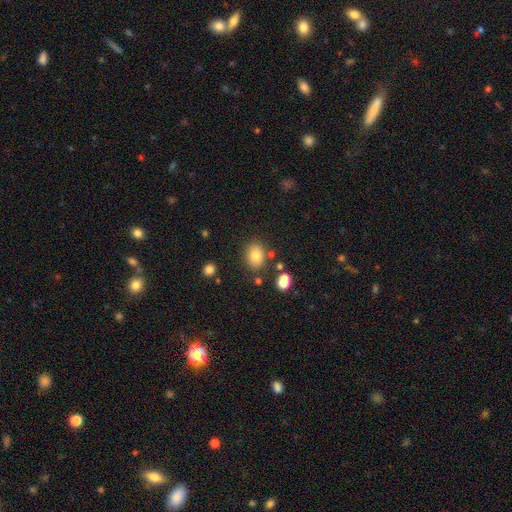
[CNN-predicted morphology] Smooth or featured?
  - smooth: 79% *
  - star or artifact: 12%
  - featured or disk: 9%
How rounded?
  - in between: 55% *
  - round: 44%
  - cigar-shaped: 1%
Merging?
  - none: 81% *
  - minor disturbance: 11%
  - merger: 5%
  - major disturbance: 3%